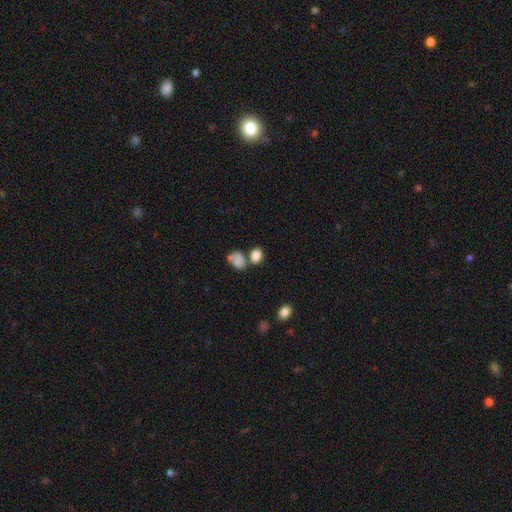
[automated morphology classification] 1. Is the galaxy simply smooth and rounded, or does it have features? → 84% smooth, 10% star or artifact, 6% featured or disk.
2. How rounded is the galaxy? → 64% in between, 34% round, 1% cigar-shaped.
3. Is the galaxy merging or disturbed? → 52% none, 30% merger, 13% minor disturbance, 5% major disturbance.